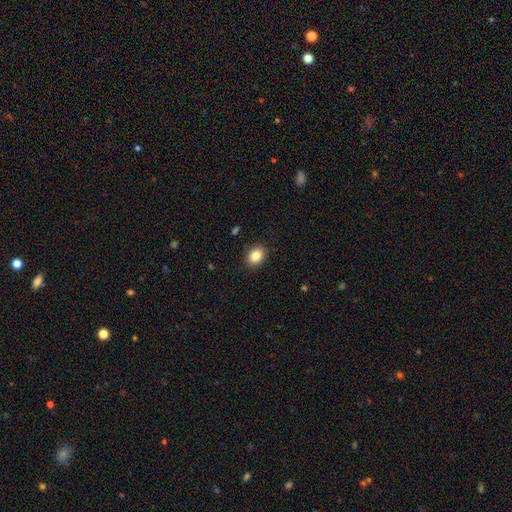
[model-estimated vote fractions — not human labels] Smooth or featured?
  - smooth: 84% *
  - star or artifact: 9%
  - featured or disk: 6%
How rounded?
  - in between: 51% *
  - round: 48%
  - cigar-shaped: 1%
Merging?
  - none: 90% *
  - minor disturbance: 7%
  - major disturbance: 2%
  - merger: 1%